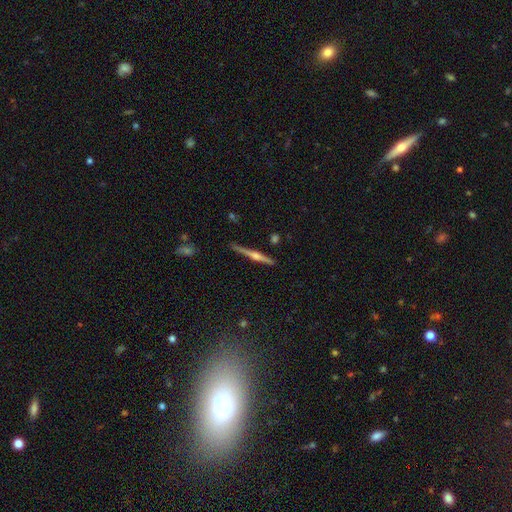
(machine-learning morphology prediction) Overall: featured or disk (77%). Edge-on disk: yes (98%). Edge-on bulge: rounded (88%). Merging: none (89%).